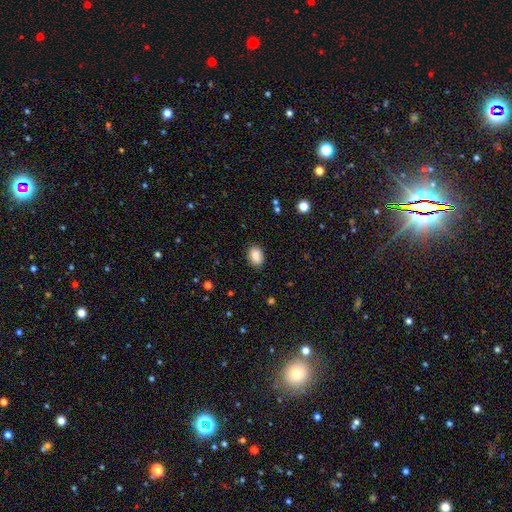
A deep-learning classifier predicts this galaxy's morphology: Overall: smooth (88%). How rounded: in between (85%). Merging: none (84%).